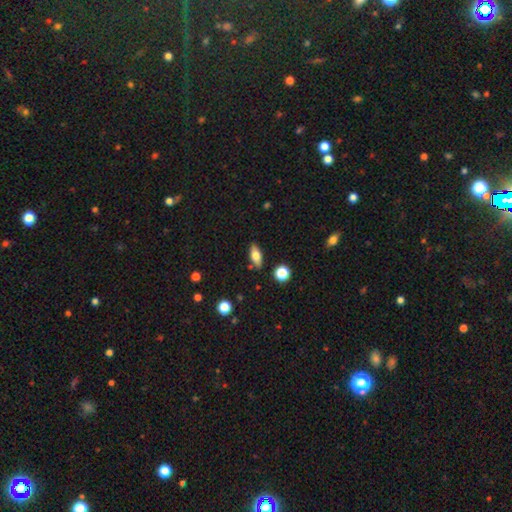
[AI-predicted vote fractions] A smooth galaxy with no disk features (67%) that is in between round and cigar-shaped (75%). Merging: none (84%).